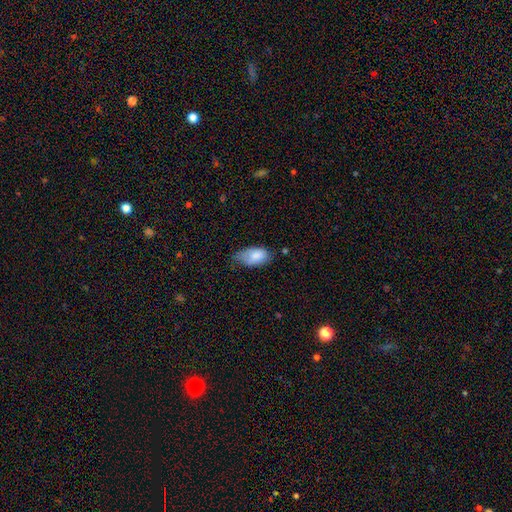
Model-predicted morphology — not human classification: Q: Smooth or featured?
A: smooth (79%); runner-up: featured or disk (14%)
Q: How rounded?
A: in between (93%); runner-up: round (4%)
Q: Merging?
A: minor disturbance (45%); runner-up: none (38%)